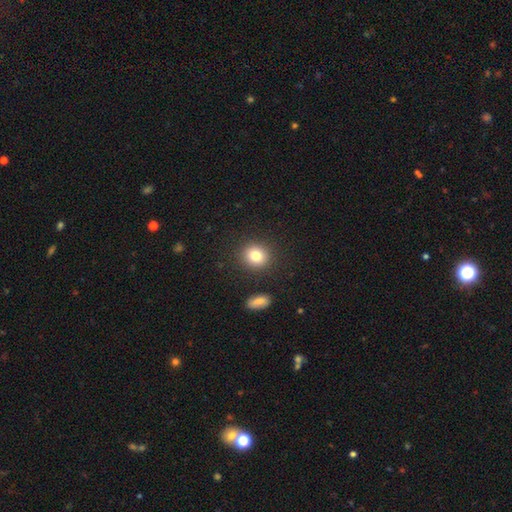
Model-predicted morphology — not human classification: Smooth or featured? smooth (82%)
How rounded? round (81%)
Merging? none (87%)